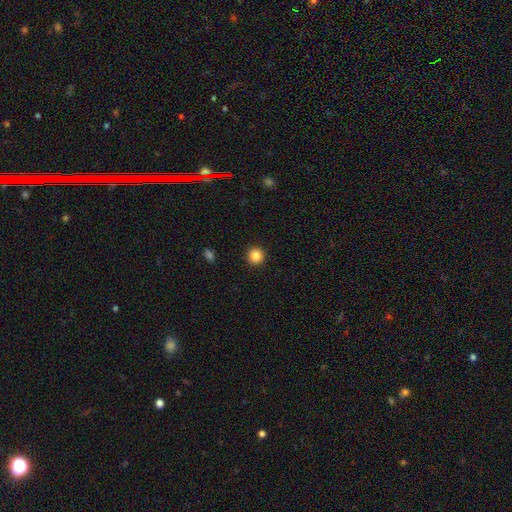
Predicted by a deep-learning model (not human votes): Smooth or featured: smooth — 85% (star or artifact — 11%)
How rounded: round — 95% (in between — 4%)
Merging: none — 93% (minor disturbance — 4%)